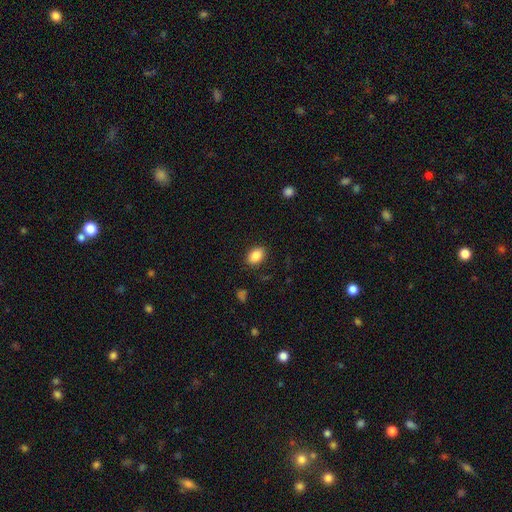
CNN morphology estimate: Smooth or featured? smooth (86%)
How rounded? in between (82%)
Merging? none (87%)